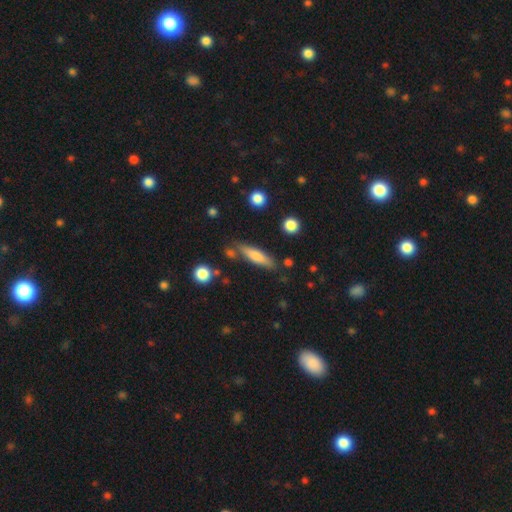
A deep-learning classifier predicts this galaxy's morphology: The model was most divided on "smooth or featured": smooth: 68%, featured or disk: 26%, star or artifact: 7%. More confident: merging — none (75%); how rounded — cigar-shaped (72%).